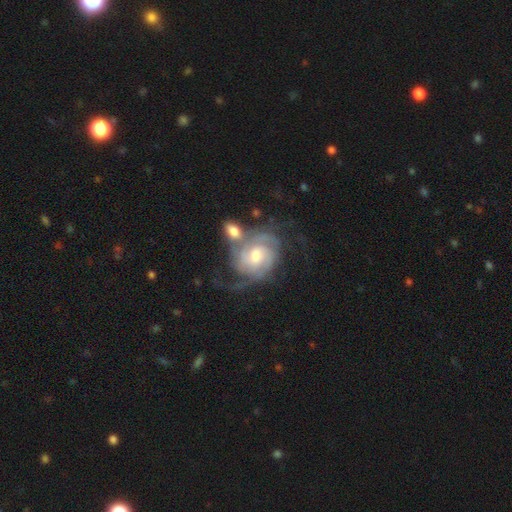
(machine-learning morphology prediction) Q: Smooth or featured?
A: featured or disk (85%); runner-up: smooth (10%)
Q: Edge-on disk?
A: no (97%); runner-up: yes (3%)
Q: Bar?
A: no (61%); runner-up: weak (33%)
Q: Spiral arms?
A: yes (96%); runner-up: no (4%)
Q: Spiral winding?
A: tight (55%); runner-up: medium (34%)
Q: Spiral arm count?
A: 2 (44%); runner-up: can't tell (23%)
Q: Bulge size?
A: moderate (62%); runner-up: small (29%)
Q: Merging?
A: none (39%); runner-up: merger (29%)